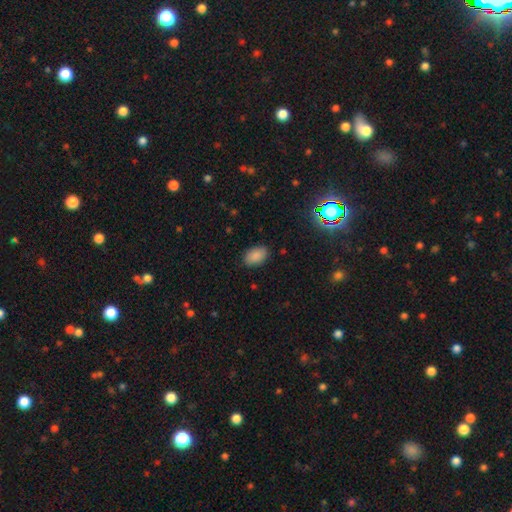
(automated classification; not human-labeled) Smooth or featured: smooth — 87% (star or artifact — 9%)
How rounded: in between — 90% (round — 8%)
Merging: none — 85% (minor disturbance — 11%)